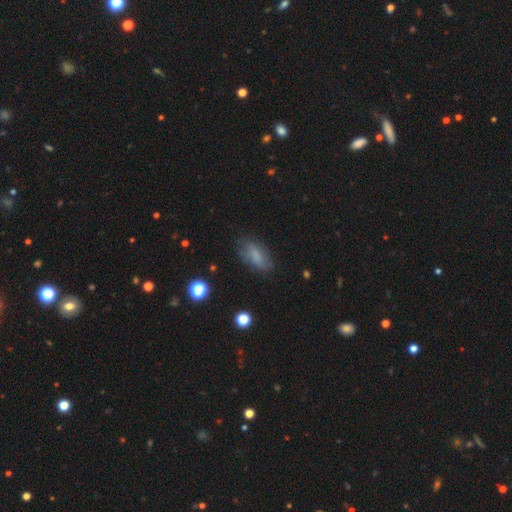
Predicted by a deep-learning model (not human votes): Smooth or featured: smooth — 70% (featured or disk — 20%)
How rounded: in between — 85% (cigar-shaped — 10%)
Merging: none — 68% (minor disturbance — 22%)